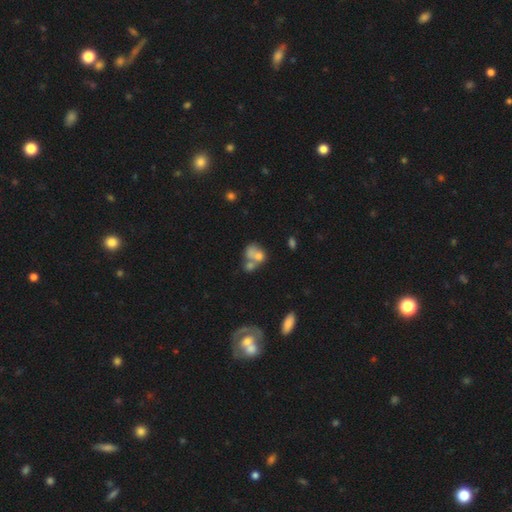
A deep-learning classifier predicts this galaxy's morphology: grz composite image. It shows a smooth galaxy with no disk features (64%) that is in between round and cigar-shaped (53%). Merging: merger (63%).